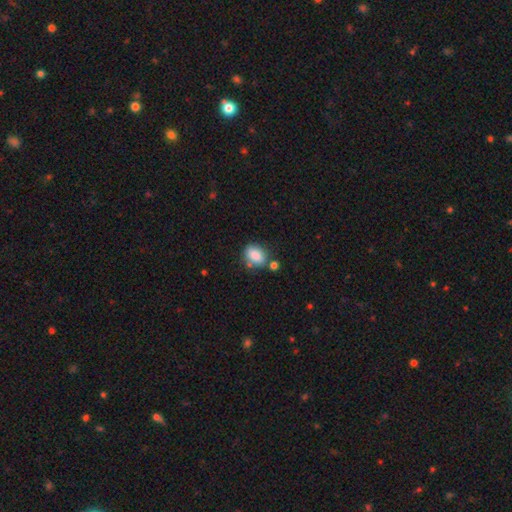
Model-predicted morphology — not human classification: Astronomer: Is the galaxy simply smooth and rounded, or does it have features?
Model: smooth — 85%.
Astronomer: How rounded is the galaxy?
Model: in between — 73%.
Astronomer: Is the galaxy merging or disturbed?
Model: none — 63%.